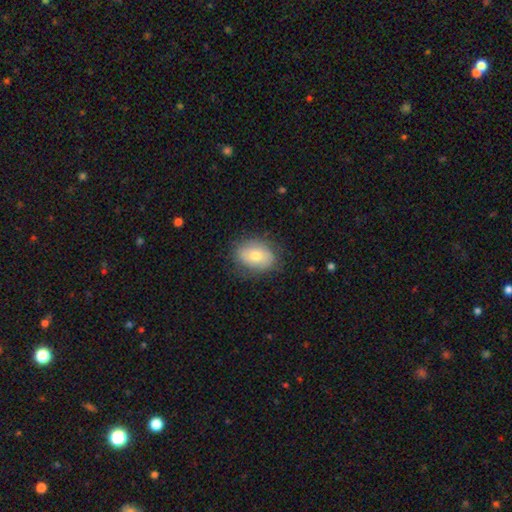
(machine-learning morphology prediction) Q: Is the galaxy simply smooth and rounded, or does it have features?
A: smooth — 67%.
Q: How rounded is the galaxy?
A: in between — 73%.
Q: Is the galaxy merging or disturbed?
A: none — 78%.